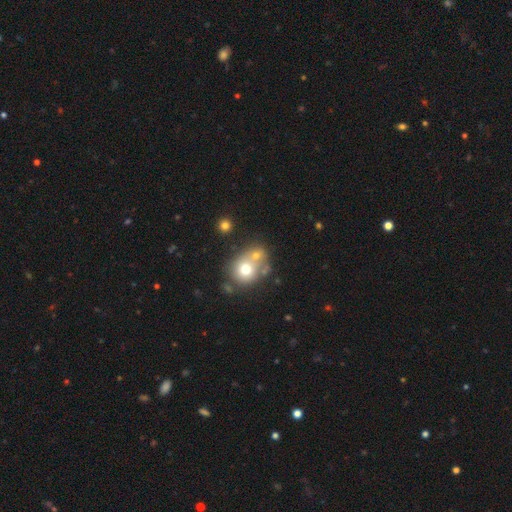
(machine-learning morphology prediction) Smooth or featured: smooth — 65% (featured or disk — 21%)
How rounded: round — 71% (in between — 28%)
Merging: merger — 47% (none — 37%)